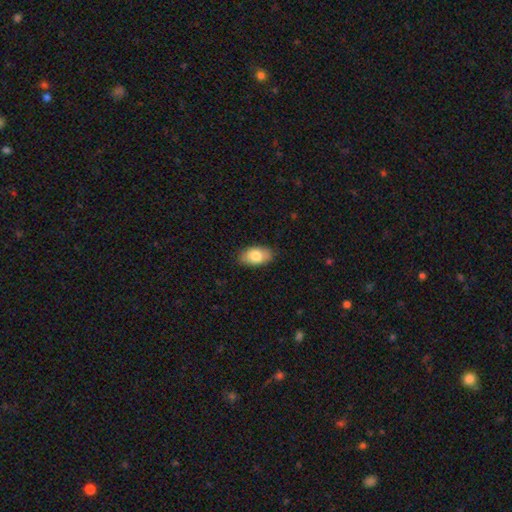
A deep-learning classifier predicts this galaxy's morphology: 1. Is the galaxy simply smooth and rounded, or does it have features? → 82% smooth, 12% featured or disk, 7% star or artifact.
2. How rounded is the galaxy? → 93% in between, 5% round, 2% cigar-shaped.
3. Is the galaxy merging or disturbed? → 86% none, 11% minor disturbance, 2% major disturbance, 1% merger.